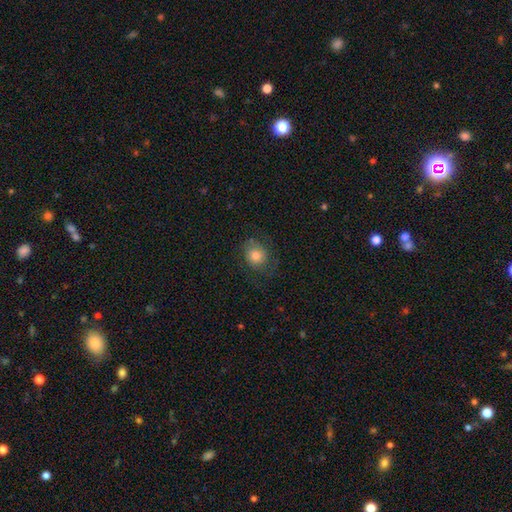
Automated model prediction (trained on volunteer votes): Overall: smooth (77%). How rounded: round (70%). Merging: none (67%).